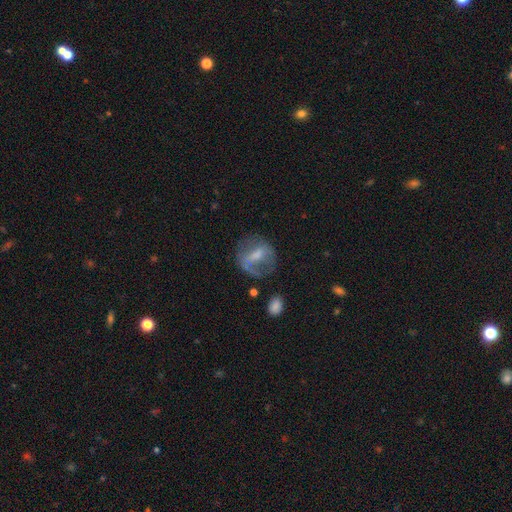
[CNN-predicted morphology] This is possibly a featured or disk galaxy (49%). Merging: possibly none (50%).